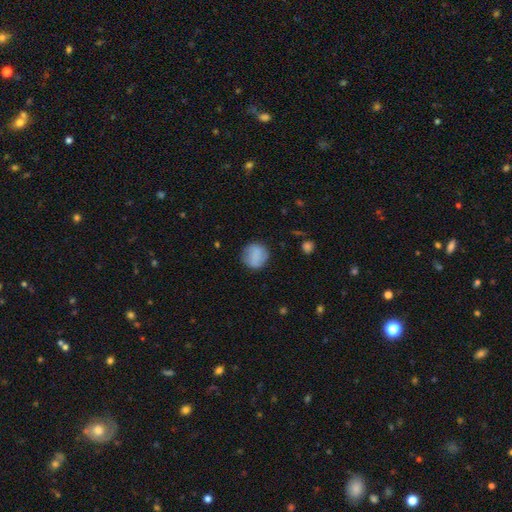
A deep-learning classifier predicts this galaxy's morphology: Q: Smooth or featured?
A: smooth (78%); runner-up: featured or disk (14%)
Q: How rounded?
A: round (88%); runner-up: in between (11%)
Q: Merging?
A: none (81%); runner-up: minor disturbance (13%)